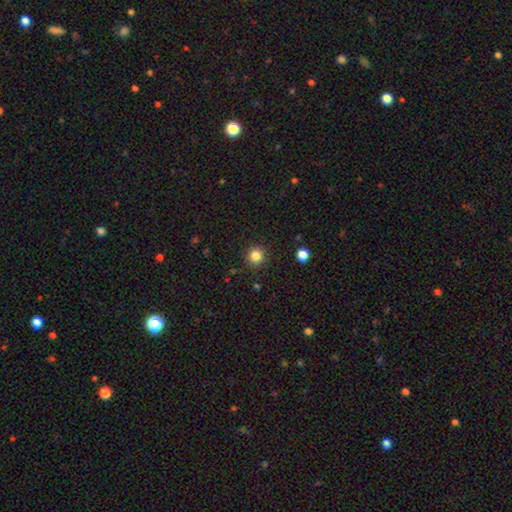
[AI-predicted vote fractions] This appears to be a smooth galaxy with no disk features (84%) that is round (93%). Merging: none (90%).